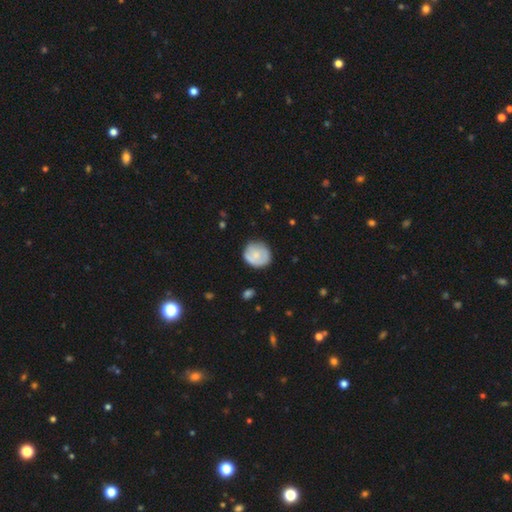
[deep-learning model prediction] smooth-or-featured: smooth: 63% | featured or disk: 31% | star or artifact: 6%
  how-rounded: round: 86% | in between: 13% | cigar-shaped: 1%
  merging: none: 72% | minor disturbance: 21% | major disturbance: 5% | merger: 2%